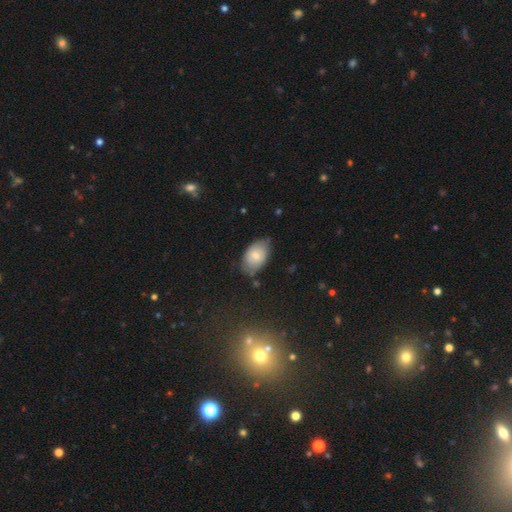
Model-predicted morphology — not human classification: type=smooth (70%); roundness=in between (90%); merging=none (65%).